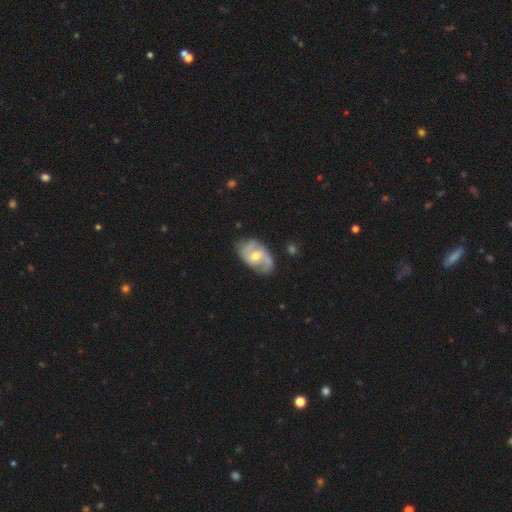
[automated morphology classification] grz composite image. It shows a featured or disk galaxy (72%) with a weak bar (47%), 2 (69%) medium (45%) spiral arms (86%) and a moderate central bulge (66%). Merging: none (64%).